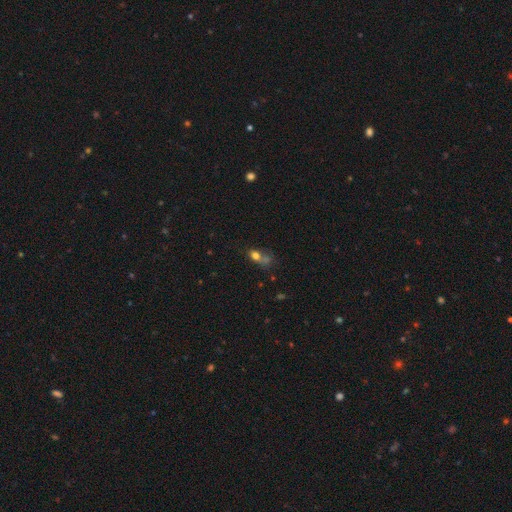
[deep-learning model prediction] Smooth or featured? smooth (70%)
How rounded? in between (52%)
Merging? merger (39%)